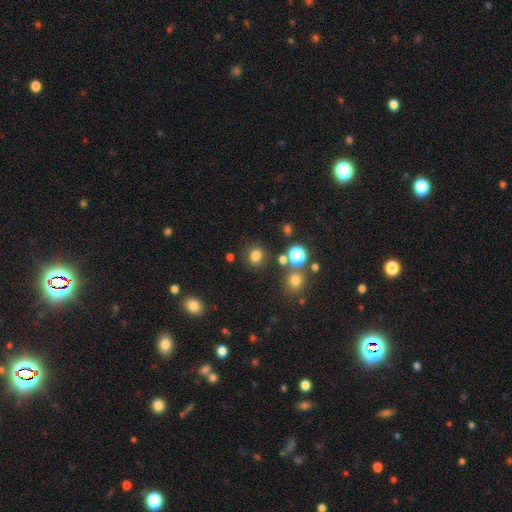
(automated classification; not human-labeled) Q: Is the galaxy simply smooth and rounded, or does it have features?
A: smooth — 76%.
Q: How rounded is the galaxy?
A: round — 54%.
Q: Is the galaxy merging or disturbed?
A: none — 78%.